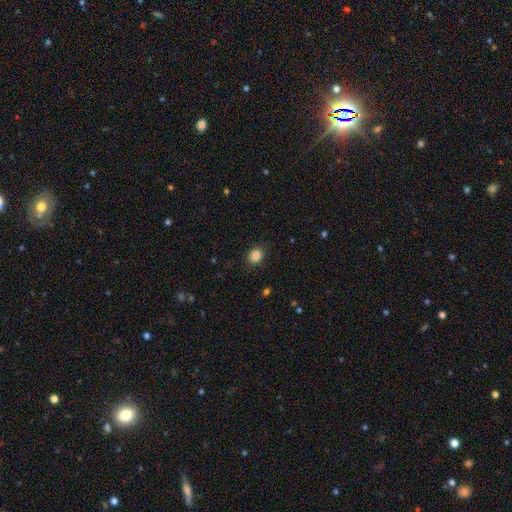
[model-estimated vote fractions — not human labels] smooth 85%, star or artifact 11%, featured or disk 4%. Down the decision tree: how rounded — round (67%); merging — none (87%).